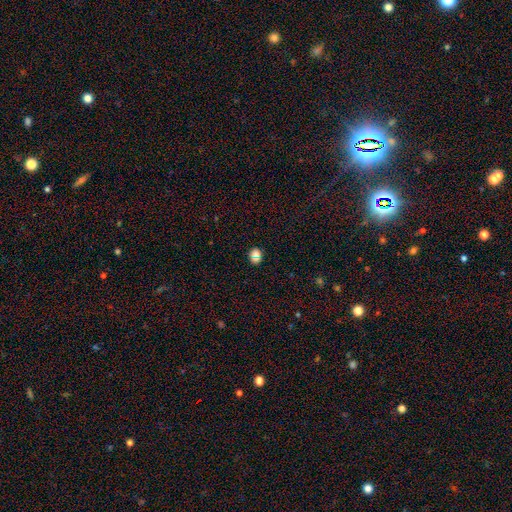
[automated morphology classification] The model was most divided on "smooth or featured": smooth: 69%, star or artifact: 22%, featured or disk: 8%. More confident: how rounded — round (79%); merging — none (72%).